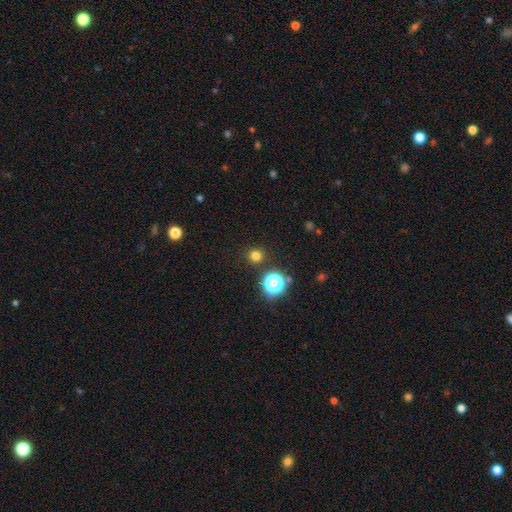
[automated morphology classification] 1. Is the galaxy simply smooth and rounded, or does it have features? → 75% smooth, 20% star or artifact, 5% featured or disk.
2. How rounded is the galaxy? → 93% round, 6% in between, 1% cigar-shaped.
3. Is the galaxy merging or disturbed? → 90% none, 6% minor disturbance, 3% merger, 2% major disturbance.